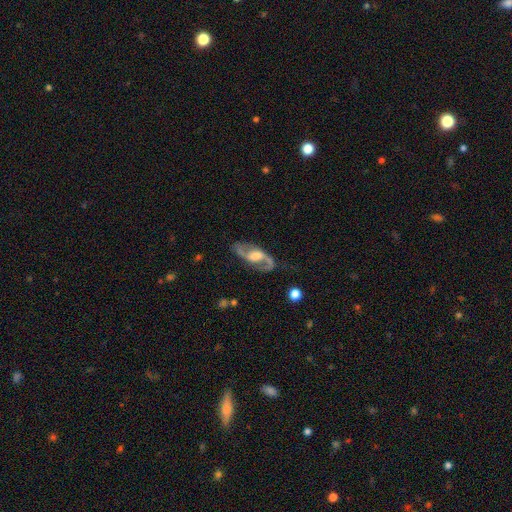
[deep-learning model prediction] Smooth or featured? Predicted: featured or disk (p=0.86). Edge-on disk? Predicted: no (p=0.93). Bar? Predicted: weak (p=0.46). Spiral arms? Predicted: yes (p=0.94). Spiral winding? Predicted: medium (p=0.50). Spiral arm count? Predicted: 2 (p=0.92). Bulge size? Predicted: moderate (p=0.39). Merging? Predicted: none (p=0.77).